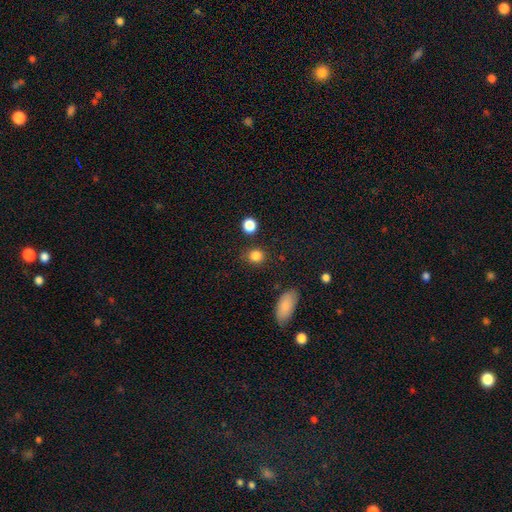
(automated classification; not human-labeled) Smooth or featured? Predicted: smooth (p=0.85). How rounded? Predicted: round (p=0.80). Merging? Predicted: none (p=0.83).